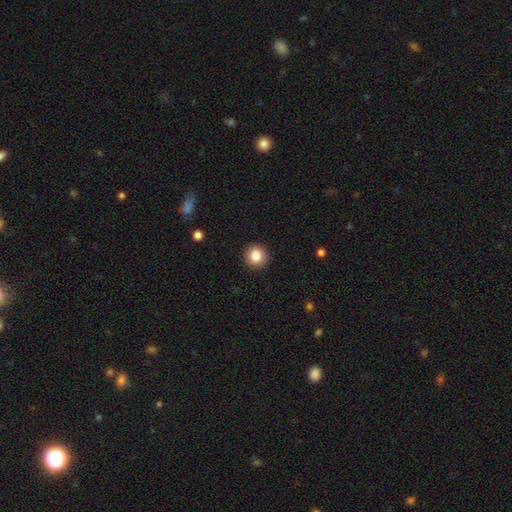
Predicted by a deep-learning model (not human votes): Smooth or featured? Predicted: smooth (p=0.84). How rounded? Predicted: round (p=0.94). Merging? Predicted: none (p=0.92).